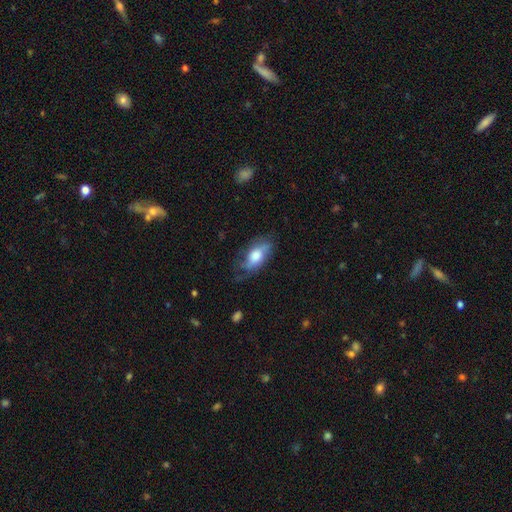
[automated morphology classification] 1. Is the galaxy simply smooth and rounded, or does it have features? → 56% smooth, 36% featured or disk, 7% star or artifact.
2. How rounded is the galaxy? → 87% in between, 8% cigar-shaped, 5% round.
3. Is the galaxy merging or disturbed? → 51% none, 30% minor disturbance, 17% major disturbance, 2% merger.